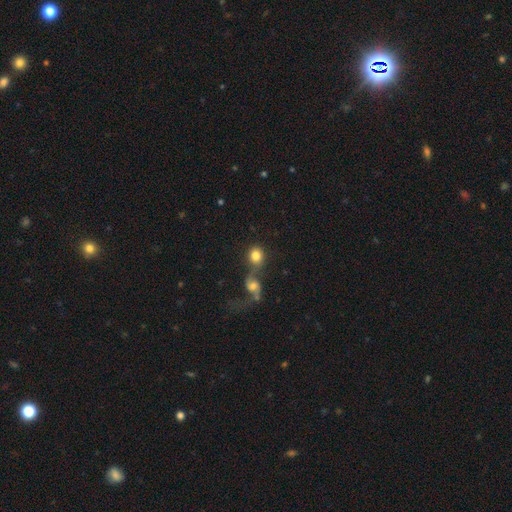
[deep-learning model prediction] smooth 77%, featured or disk 15%, star or artifact 8%. Down the decision tree: how rounded — round (80%); merging — merger (47%).